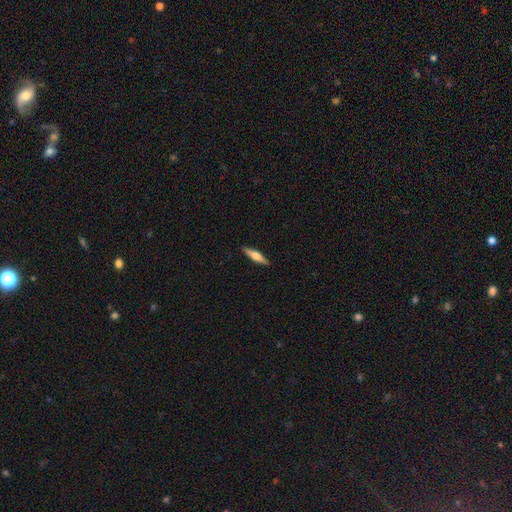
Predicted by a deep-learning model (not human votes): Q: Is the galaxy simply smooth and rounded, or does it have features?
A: featured or disk — 53%.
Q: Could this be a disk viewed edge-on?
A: yes — 96%.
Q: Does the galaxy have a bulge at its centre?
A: rounded — 89%.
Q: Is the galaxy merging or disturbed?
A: none — 91%.